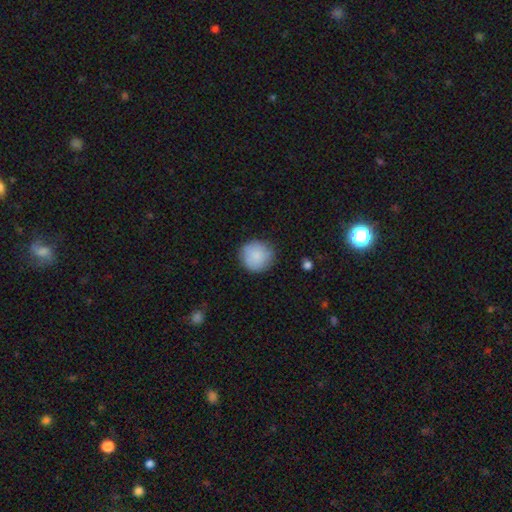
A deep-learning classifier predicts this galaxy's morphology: This is clearly a smooth galaxy (86%). How rounded: clearly round (93%). Merging: clearly none (84%).